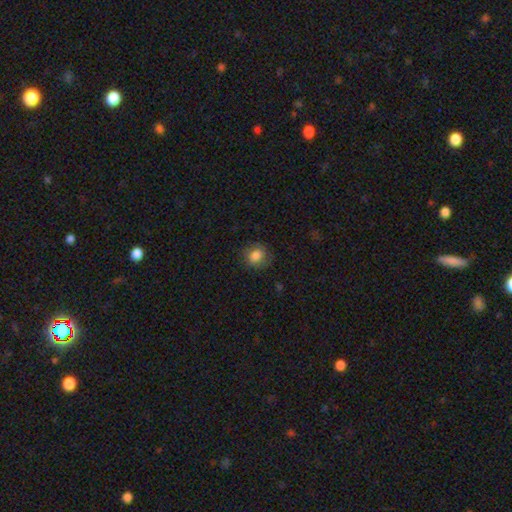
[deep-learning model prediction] Smooth or featured? smooth (82%)
How rounded? round (72%)
Merging? none (78%)